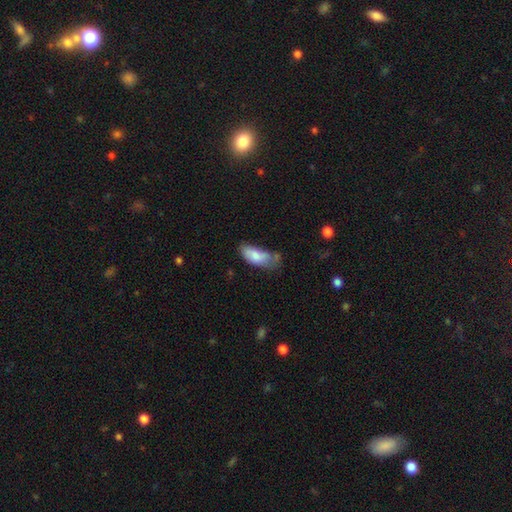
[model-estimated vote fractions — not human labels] A smooth galaxy with no disk features (75%) that is in between round and cigar-shaped (86%). Merging: minor disturbance (39%).